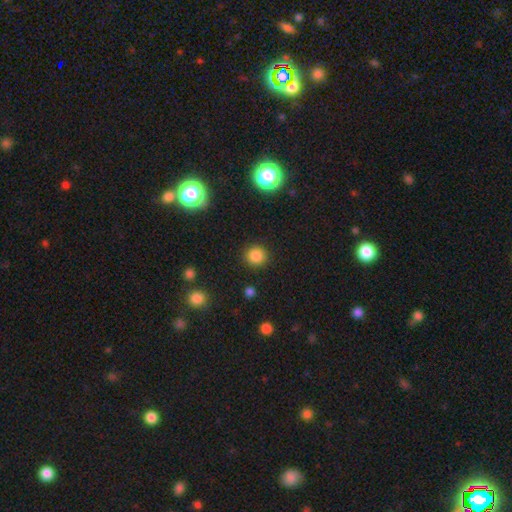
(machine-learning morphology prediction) Q: Smooth or featured?
A: smooth (83%); runner-up: star or artifact (13%)
Q: How rounded?
A: round (92%); runner-up: in between (7%)
Q: Merging?
A: none (90%); runner-up: minor disturbance (6%)